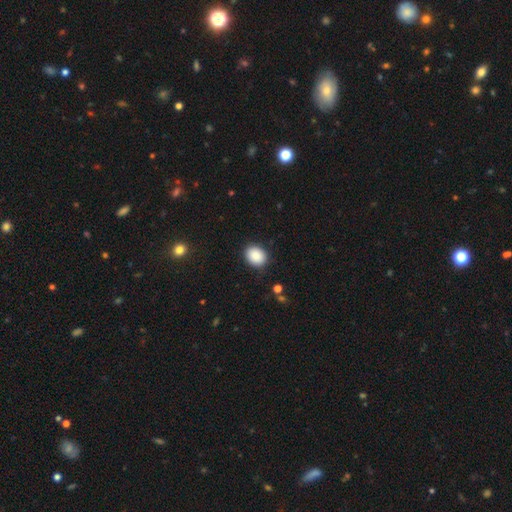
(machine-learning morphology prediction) A smooth galaxy with no disk features (89%) that is in between round and cigar-shaped (53%). Merging: none (89%).